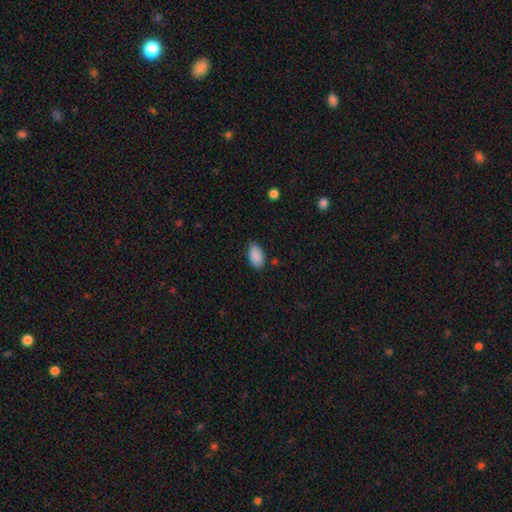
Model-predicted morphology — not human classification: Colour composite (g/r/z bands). It shows a smooth galaxy with no disk features (89%) that is in between round and cigar-shaped (94%). Merging: none (76%).